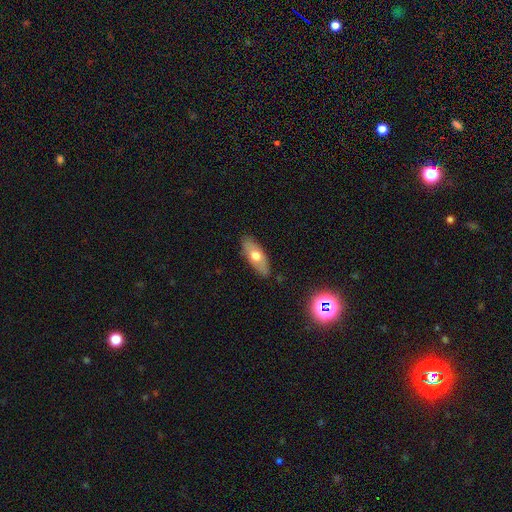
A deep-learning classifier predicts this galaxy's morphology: type=smooth (59%); roundness=in between (75%); merging=none (84%).